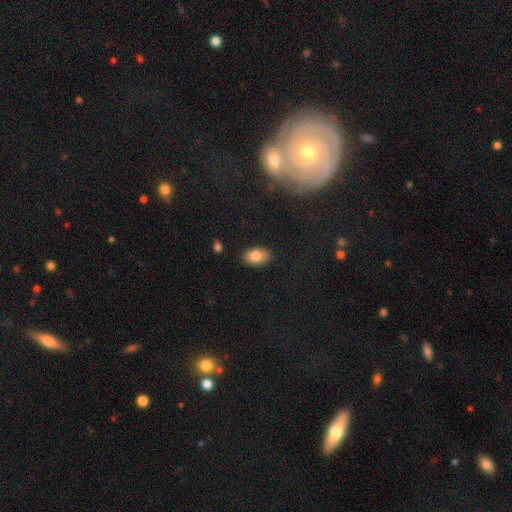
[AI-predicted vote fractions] smooth 85%, star or artifact 8%, featured or disk 7%. Down the decision tree: how rounded — in between (89%); merging — none (87%).